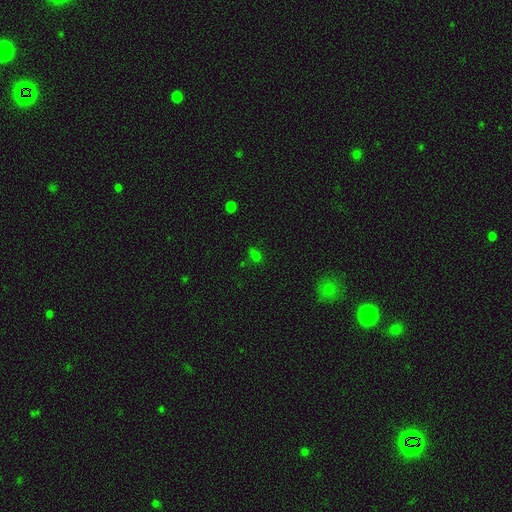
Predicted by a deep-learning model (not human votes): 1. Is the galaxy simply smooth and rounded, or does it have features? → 58% smooth, 34% star or artifact, 7% featured or disk.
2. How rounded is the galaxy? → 71% in between, 25% round, 5% cigar-shaped.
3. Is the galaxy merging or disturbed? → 64% none, 20% minor disturbance, 9% major disturbance, 8% merger.